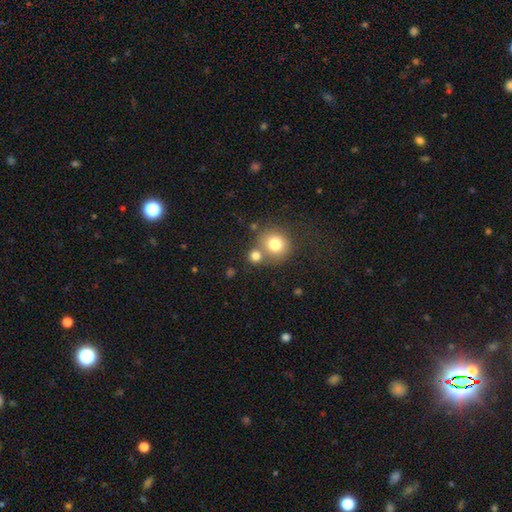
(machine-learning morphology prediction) Smooth or featured? Predicted: smooth (p=0.78). How rounded? Predicted: round (p=0.87). Merging? Predicted: none (p=0.59).